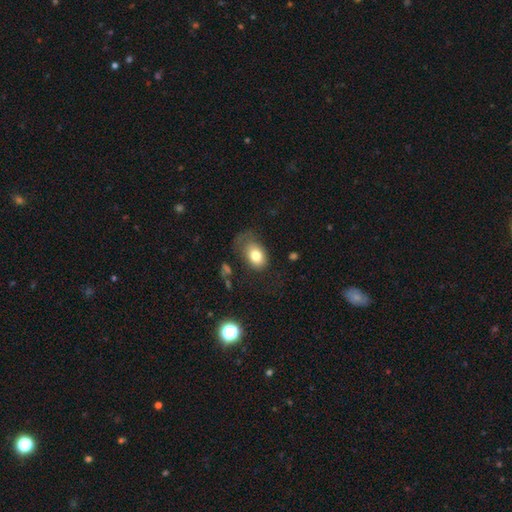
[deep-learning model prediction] This is likely a smooth galaxy (77%). How rounded: likely in between (79%). Merging: marginally none (41%).